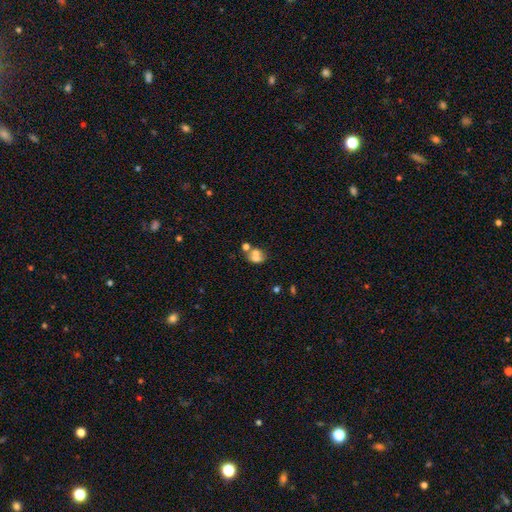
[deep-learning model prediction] Smooth or featured: smooth — 56% (featured or disk — 30%)
How rounded: in between — 59% (round — 40%)
Merging: merger — 49% (none — 31%)